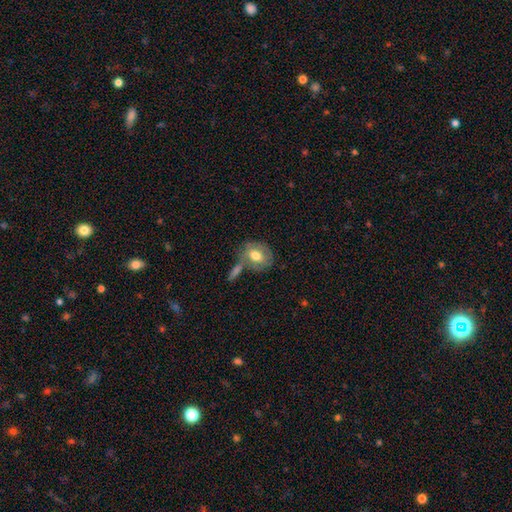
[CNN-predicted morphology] Smooth or featured? smooth (68%)
How rounded? in between (50%)
Merging? none (53%)